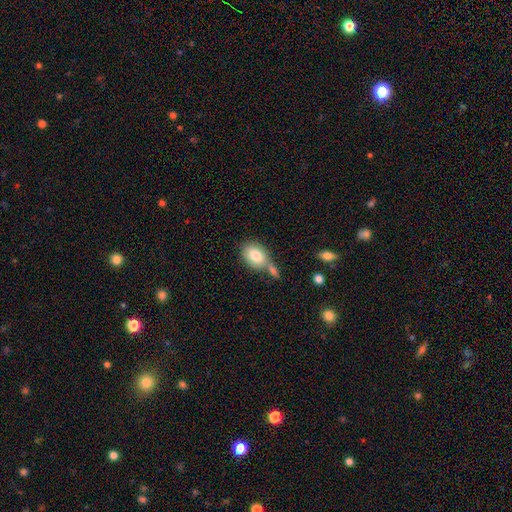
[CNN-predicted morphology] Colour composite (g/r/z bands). It shows a smooth galaxy with no disk features (82%) that is in between round and cigar-shaped (75%). Merging: none (49%).